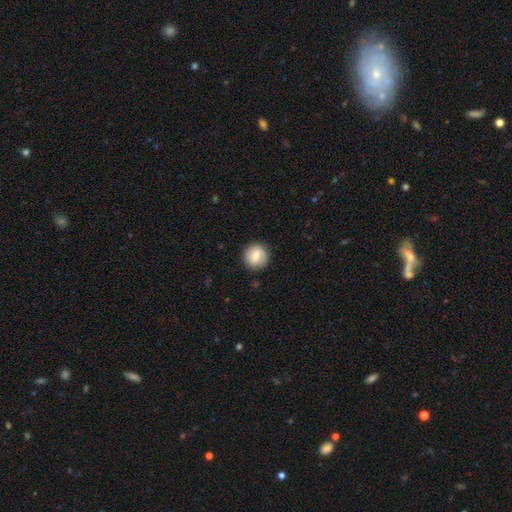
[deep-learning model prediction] A smooth galaxy with no disk features (66%) that is round (92%). Merging: none (88%).